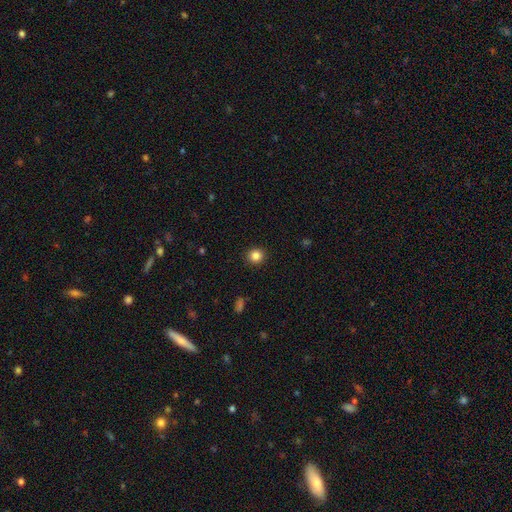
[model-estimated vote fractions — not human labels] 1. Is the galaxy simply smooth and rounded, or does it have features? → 84% smooth, 11% star or artifact, 4% featured or disk.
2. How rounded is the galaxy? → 90% round, 9% in between, 1% cigar-shaped.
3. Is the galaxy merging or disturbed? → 92% none, 5% minor disturbance, 2% major disturbance, 1% merger.